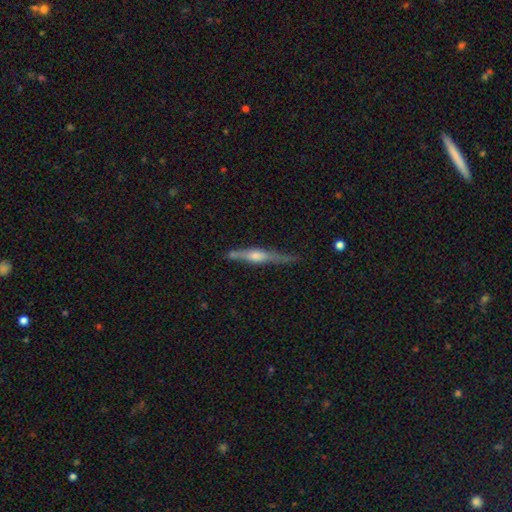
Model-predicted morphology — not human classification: smooth_or_featured: featured or disk (p=0.76) [alt: smooth p=0.17]
disk_edge_on: yes (p=0.96) [alt: no p=0.04]
edge_on_bulge: rounded (p=0.79) [alt: boxy p=0.13]
merging: none (p=0.76) [alt: minor disturbance p=0.17]